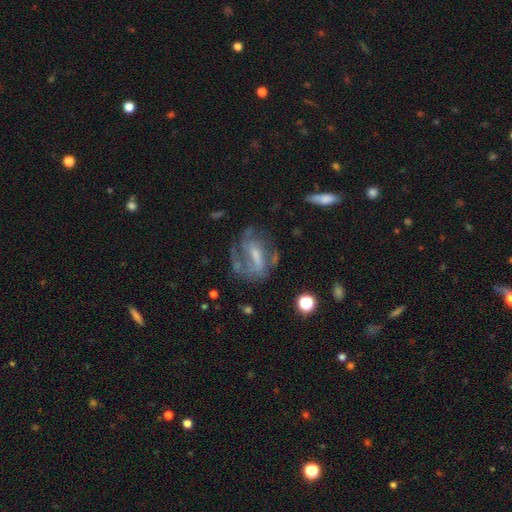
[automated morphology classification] This is likely a featured or disk galaxy (71%). It is clearly not viewed edge-on (94%). Bar: marginally weak (42%). Spiral arm pattern: likely yes (70%). Central bulge: marginally small (39%). Merging: possibly none (46%).